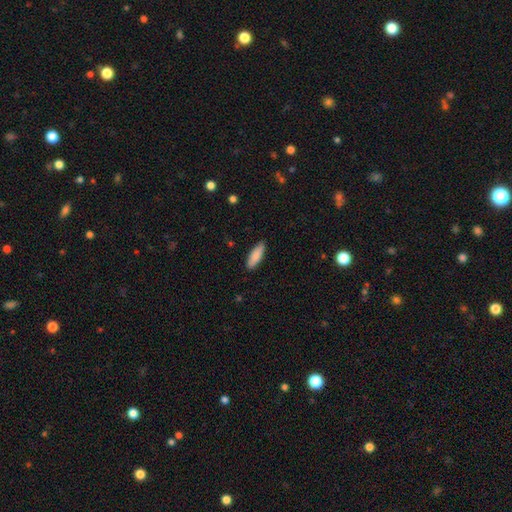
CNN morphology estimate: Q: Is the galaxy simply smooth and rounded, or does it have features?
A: smooth — 86%.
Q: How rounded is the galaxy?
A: in between — 54%.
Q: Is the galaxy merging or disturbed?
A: none — 87%.